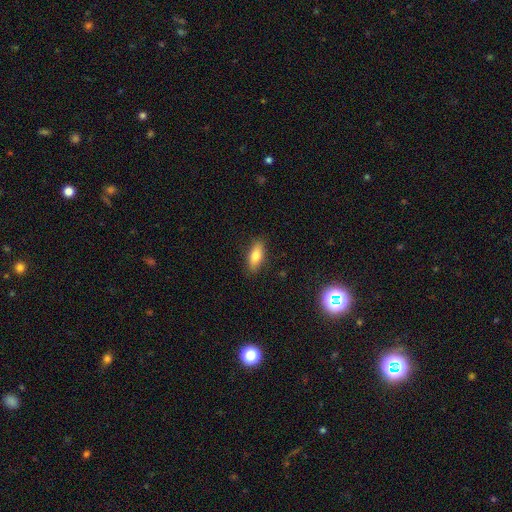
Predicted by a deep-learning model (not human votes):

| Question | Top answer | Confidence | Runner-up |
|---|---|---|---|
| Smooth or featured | smooth | 80% | featured or disk (13%) |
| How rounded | in between | 77% | cigar-shaped (20%) |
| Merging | none | 87% | minor disturbance (10%) |